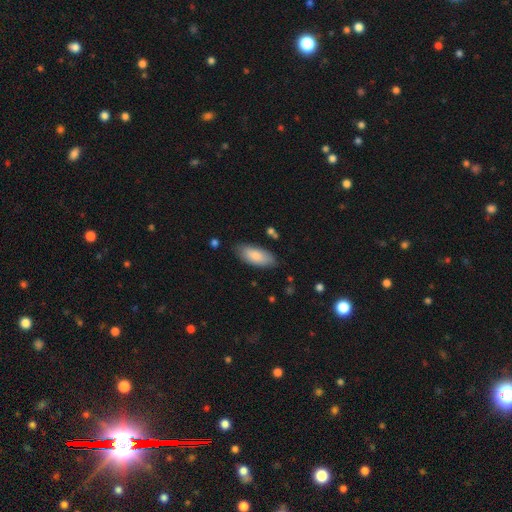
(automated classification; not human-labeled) Smooth or featured? smooth (83%)
How rounded? in between (86%)
Merging? none (81%)